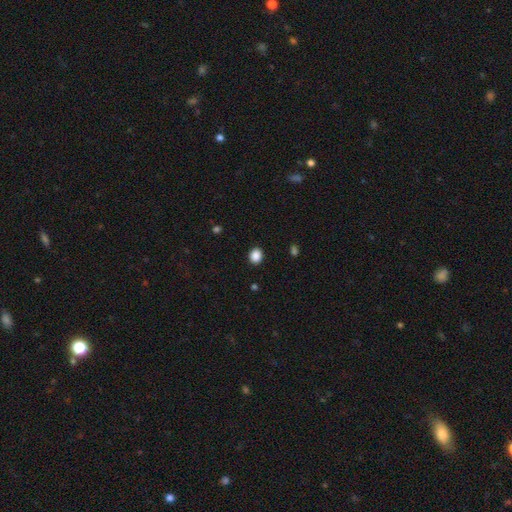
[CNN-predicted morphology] smooth 88%, star or artifact 10%, featured or disk 3%. Down the decision tree: how rounded — round (60%); merging — none (90%).